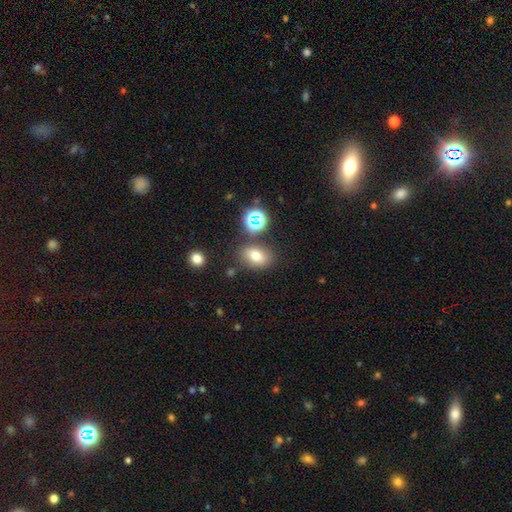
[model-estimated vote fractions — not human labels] smooth_or_featured: smooth (p=0.72) [alt: star or artifact p=0.16]
how_rounded: in between (p=0.76) [alt: round p=0.23]
merging: none (p=0.75) [alt: minor disturbance p=0.13]